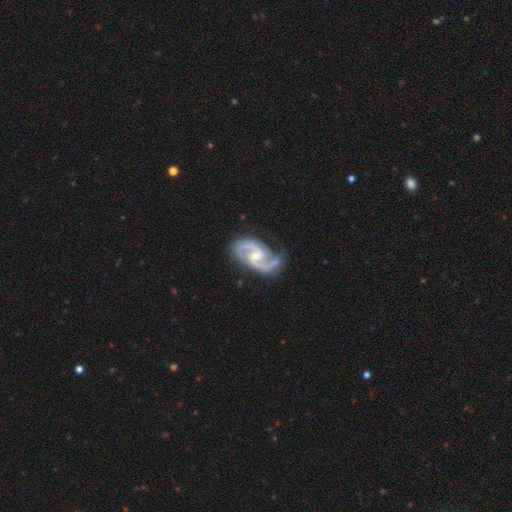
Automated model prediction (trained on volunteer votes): A featured or disk galaxy (94%) with a weak bar (48%), 2 (92%) medium (62%) spiral arms (99%) and a small central bulge (50%). Merging: none (72%).